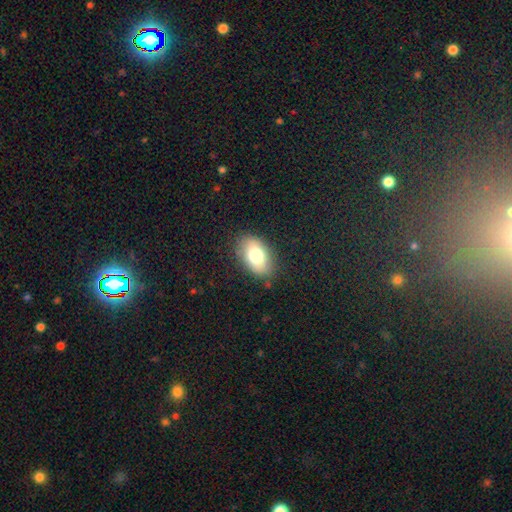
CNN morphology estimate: This is likely a smooth galaxy (76%). How rounded: clearly in between (90%). Merging: clearly none (83%).